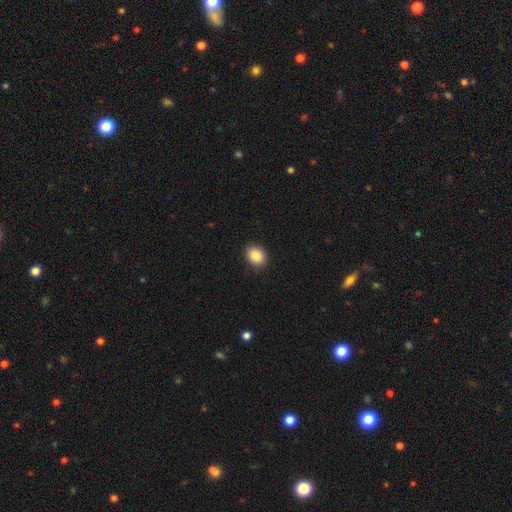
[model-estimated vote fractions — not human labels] smooth-or-featured: smooth: 87% | star or artifact: 8% | featured or disk: 5%
  how-rounded: in between: 50% | round: 49% | cigar-shaped: 1%
  merging: none: 88% | minor disturbance: 9% | major disturbance: 2% | merger: 1%